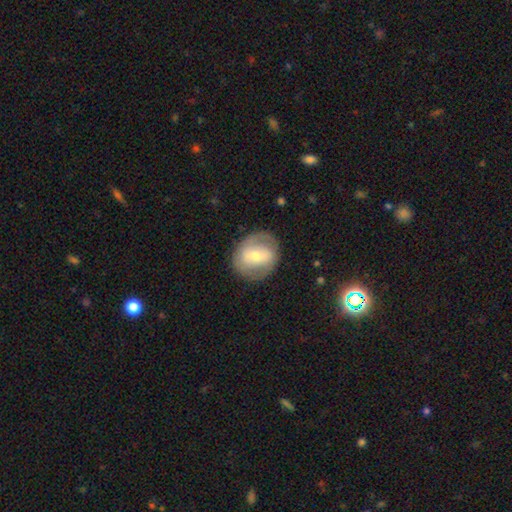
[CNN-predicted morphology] smooth-or-featured: featured or disk: 56% | smooth: 38% | star or artifact: 7%
  disk-edge-on: no: 95% | yes: 5%
    bar: weak: 42% | strong: 30% | no: 28%
    has-spiral-arms: yes: 58% | no: 42%
    bulge-size: moderate: 56% | small: 36% | large: 5% | none: 1% | dominant: 1%
  merging: none: 80% | minor disturbance: 13% | major disturbance: 6% | merger: 1%